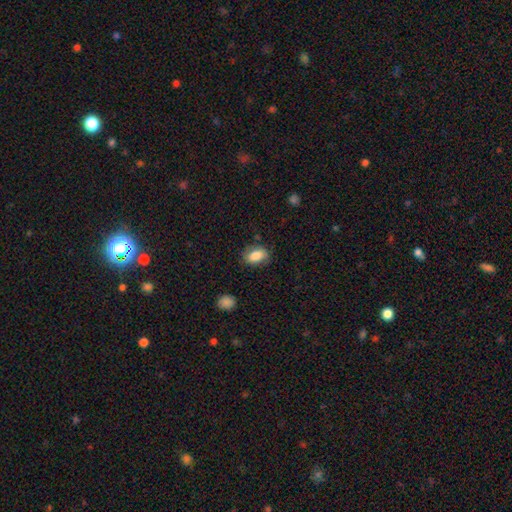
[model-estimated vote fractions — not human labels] smooth_or_featured: smooth (p=0.83) [alt: featured or disk p=0.09]
how_rounded: in between (p=0.84) [alt: round p=0.14]
merging: none (p=0.77) [alt: minor disturbance p=0.17]